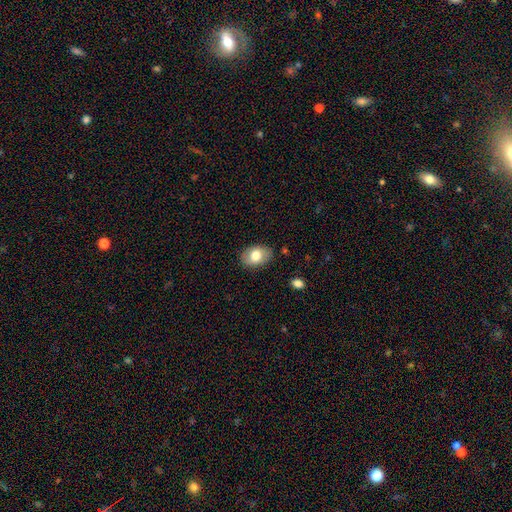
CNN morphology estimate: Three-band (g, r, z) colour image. It shows a smooth galaxy with no disk features (75%) that is in between round and cigar-shaped (81%). Merging: none (85%).